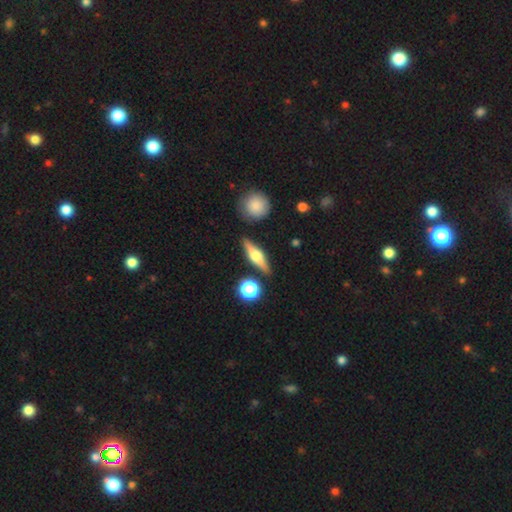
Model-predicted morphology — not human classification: A featured or disk galaxy (66%) viewed edge-on (95%) with a rounded central bulge (93%). Merging: none (86%).